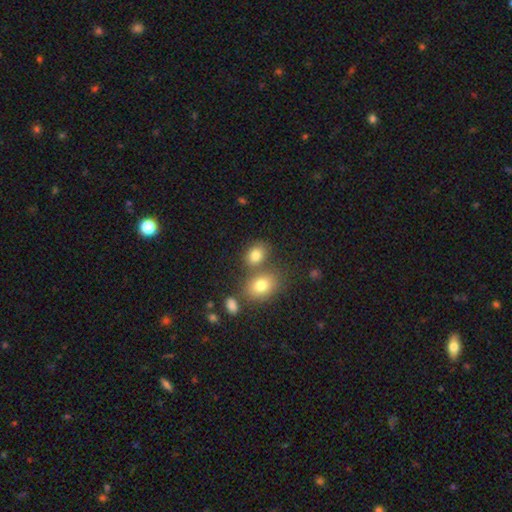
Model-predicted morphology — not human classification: smooth_or_featured: smooth (p=0.80) [alt: star or artifact p=0.11]
how_rounded: in between (p=0.62) [alt: round p=0.37]
merging: none (p=0.56) [alt: merger p=0.28]